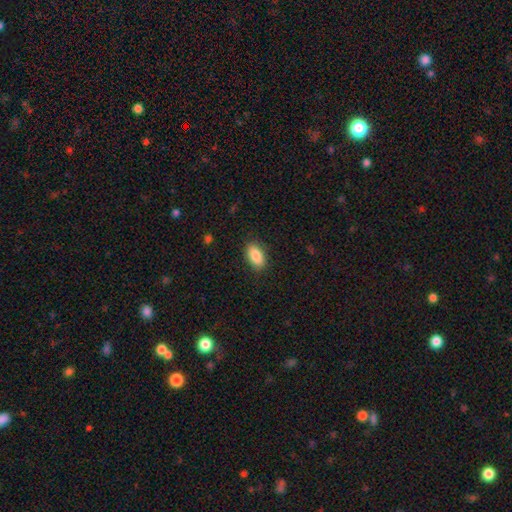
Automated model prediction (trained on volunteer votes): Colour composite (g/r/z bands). It shows a smooth galaxy with no disk features (87%) that is in between round and cigar-shaped (92%). Merging: none (87%).